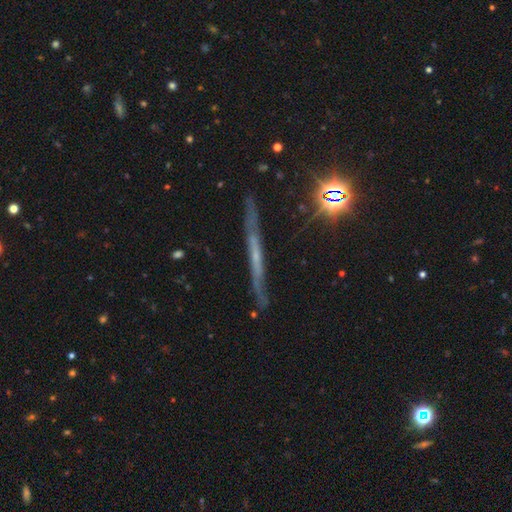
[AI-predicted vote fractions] Smooth or featured? featured or disk (61%)
Edge-on disk? yes (91%)
Edge-on bulge? none (78%)
Merging? none (82%)